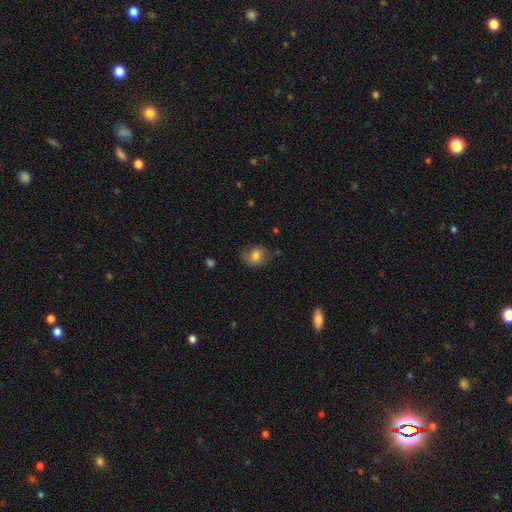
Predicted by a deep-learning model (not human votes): The model was most divided on "how rounded": round: 61%, in between: 38%, cigar-shaped: 1%. More confident: smooth or featured — smooth (71%); merging — none (64%).